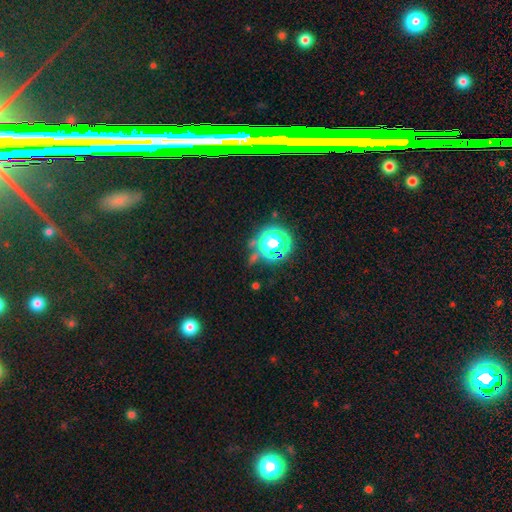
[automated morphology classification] This is possibly a star or artifact rather than a galaxy (59%).